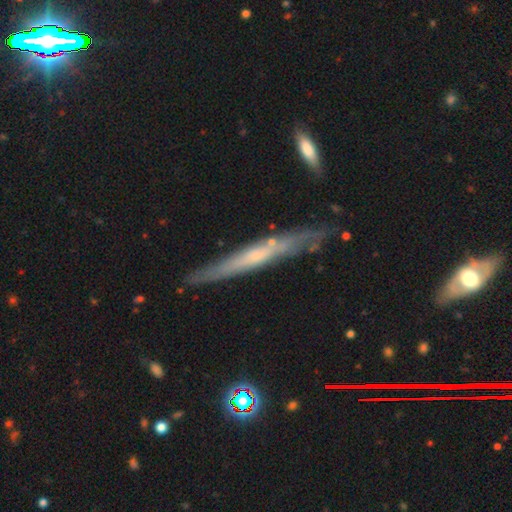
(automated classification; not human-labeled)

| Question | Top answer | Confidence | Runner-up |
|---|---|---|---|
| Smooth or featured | featured or disk | 63% | smooth (31%) |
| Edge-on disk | yes | 89% | no (11%) |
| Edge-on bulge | none | 60% | rounded (33%) |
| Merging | none | 78% | minor disturbance (15%) |